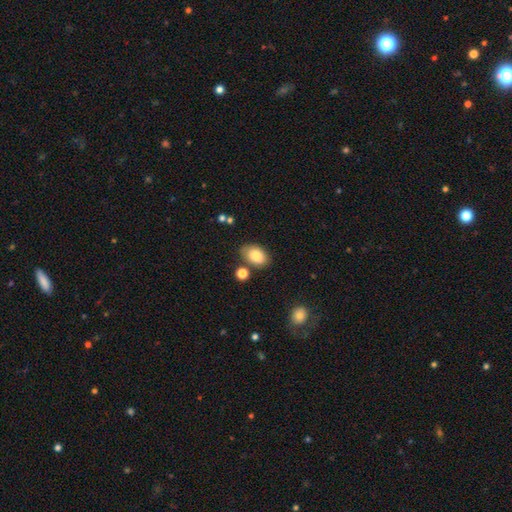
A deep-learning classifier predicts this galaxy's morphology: A smooth galaxy with no disk features (82%) that is in between round and cigar-shaped (87%). Merging: none (71%).